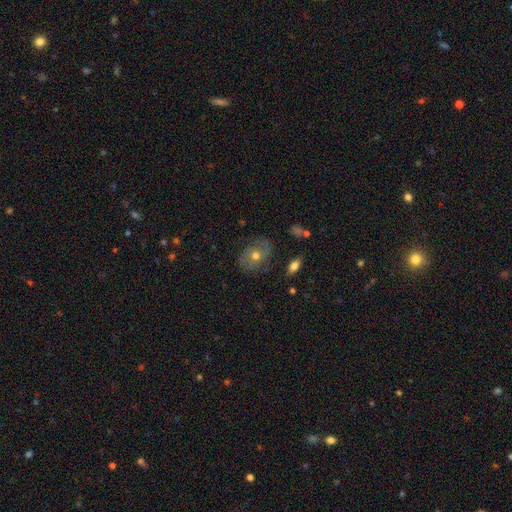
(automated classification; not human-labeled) Smooth or featured?
  - featured or disk: 50% *
  - smooth: 39%
  - star or artifact: 11%
Edge-on disk?
  - no: 93% *
  - yes: 7%
Merging?
  - none: 73% *
  - minor disturbance: 19%
  - major disturbance: 7%
  - merger: 2%